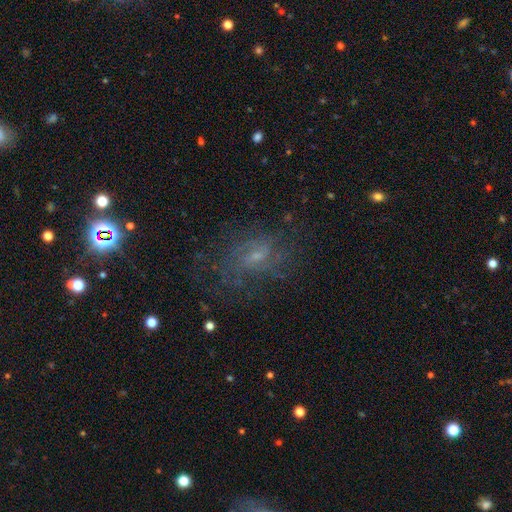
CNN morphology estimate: Smooth or featured: featured or disk — 64% (smooth — 21%)
Edge-on disk: no — 95% (yes — 5%)
Bar: weak — 50% (no — 41%)
Spiral arms: yes — 77% (no — 23%)
Bulge size: small — 60% (moderate — 25%)
Merging: none — 63% (minor disturbance — 18%)